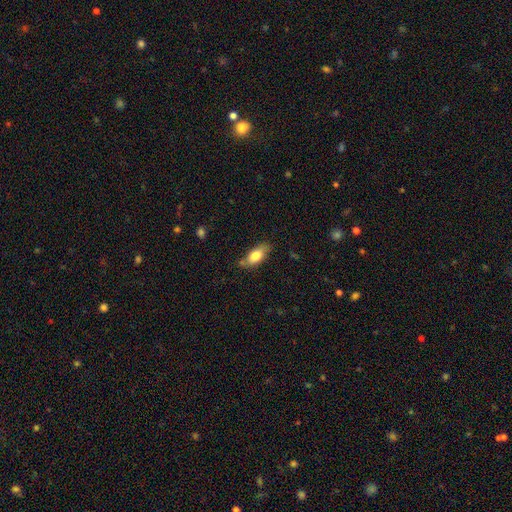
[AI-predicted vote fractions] smooth-or-featured: smooth: 75% | featured or disk: 18% | star or artifact: 7%
  how-rounded: in between: 83% | cigar-shaped: 13% | round: 4%
  merging: none: 70% | minor disturbance: 21% | merger: 4% | major disturbance: 4%